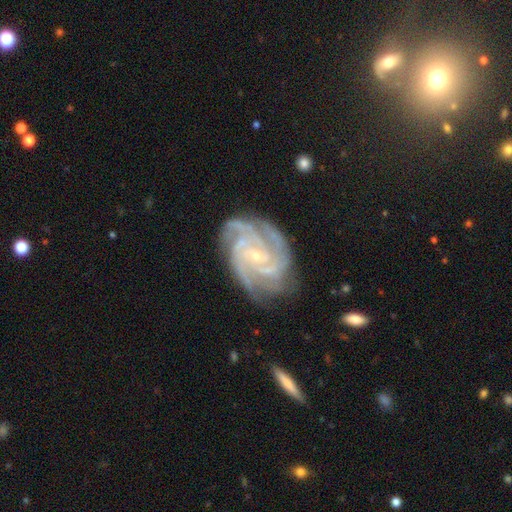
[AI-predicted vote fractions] Overall: featured or disk (91%). Edge-on disk: no (98%). Bar: no (54%; weak 34%). Spiral arms: yes (98%). Spiral arm count: 4 (38%; 3 24%). Spiral winding: tight (66%; medium 30%). Bulge size: small (81%). Merging: none (75%).